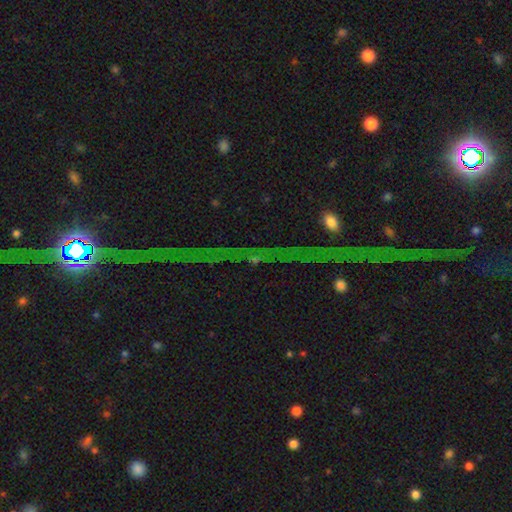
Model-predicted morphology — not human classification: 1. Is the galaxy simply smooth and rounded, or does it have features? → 81% star or artifact, 11% featured or disk, 8% smooth.